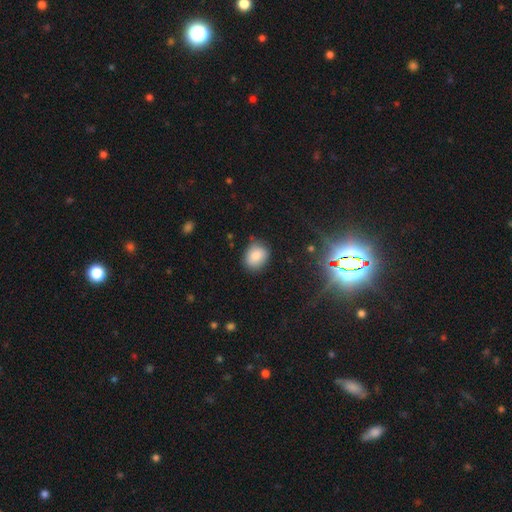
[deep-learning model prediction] Smooth or featured?
  - smooth: 83% *
  - star or artifact: 10%
  - featured or disk: 8%
How rounded?
  - round: 54% *
  - in between: 45%
  - cigar-shaped: 1%
Merging?
  - none: 77% *
  - minor disturbance: 18%
  - major disturbance: 4%
  - merger: 2%